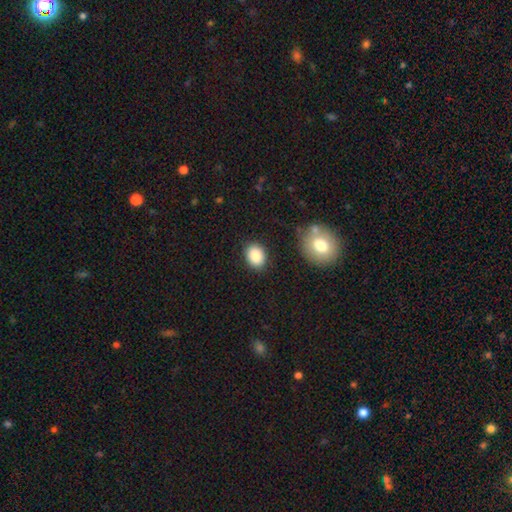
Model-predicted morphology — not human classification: This is clearly a smooth galaxy (86%). How rounded: likely in between (61%). Merging: clearly none (86%).